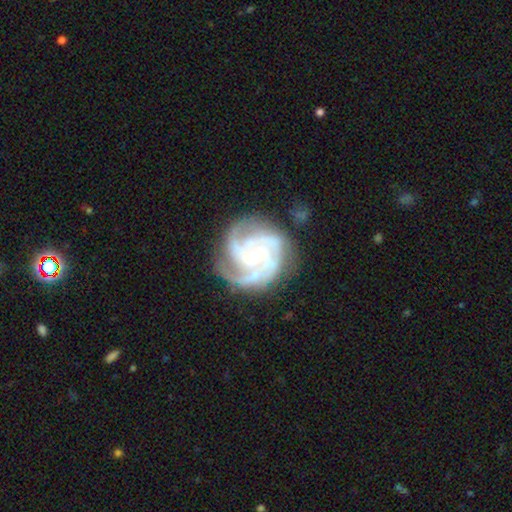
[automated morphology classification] featured or disk 91%, star or artifact 5%, smooth 4%. Down the decision tree: edge-on disk — no (98%); bar — no (70%); spiral arms — yes (98%); spiral arm count — 3 (51%); spiral winding — tight (62%); bulge size — small (58%); merging — none (74%).